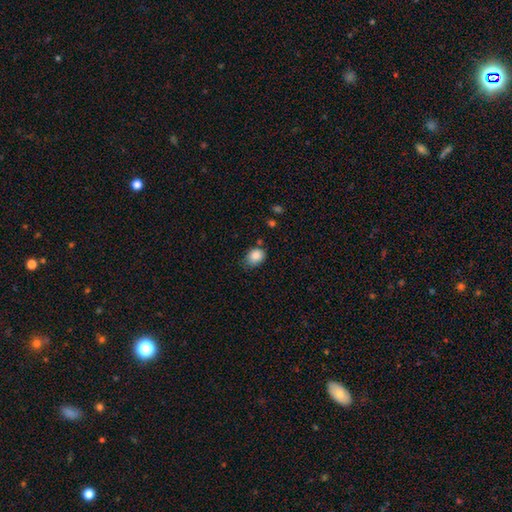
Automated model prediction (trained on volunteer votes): A smooth galaxy with no disk features (86%) that is in between round and cigar-shaped (51%). Merging: none (63%).